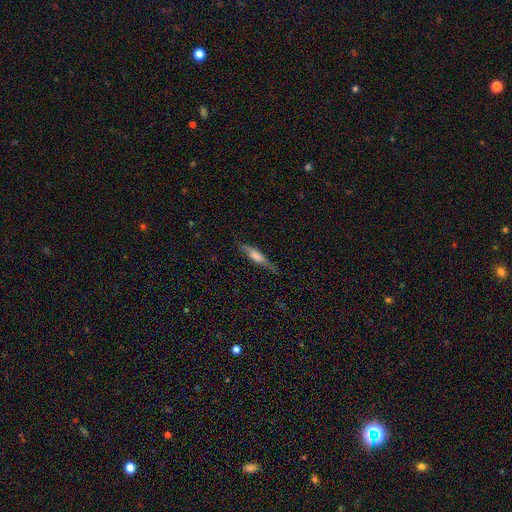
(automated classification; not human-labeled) The model was most divided on "smooth or featured": smooth: 50%, featured or disk: 43%, star or artifact: 7%. More confident: how rounded — cigar-shaped (82%); merging — none (73%).